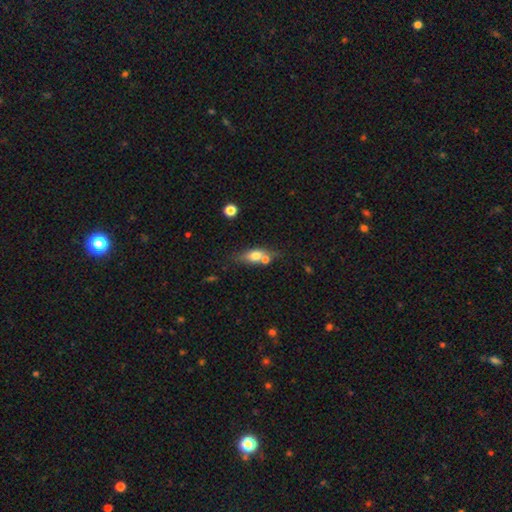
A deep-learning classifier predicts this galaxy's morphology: smooth 65%, featured or disk 26%, star or artifact 9%. Down the decision tree: how rounded — in between (70%); merging — none (50%).